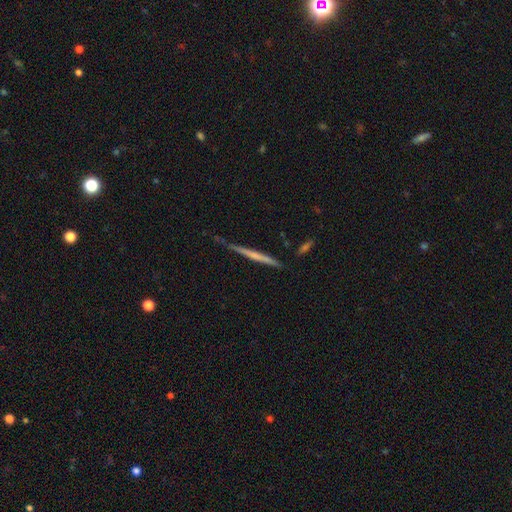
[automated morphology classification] Overall: featured or disk (53%; smooth 42%). Edge-on disk: yes (97%). Edge-on bulge: none (77%). Merging: none (76%).